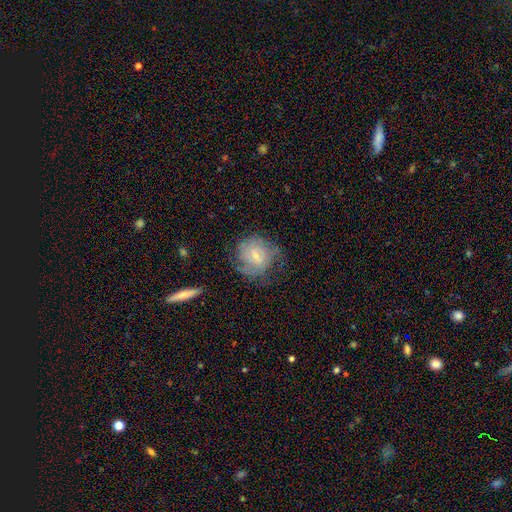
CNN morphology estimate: featured or disk 60%, smooth 32%, star or artifact 8%. Down the decision tree: edge-on disk — no (97%); bar — weak (54%); spiral arms — yes (82%); bulge size — small (61%); merging — none (58%).